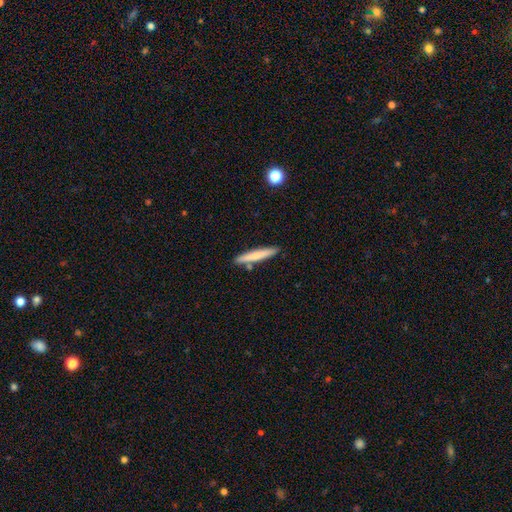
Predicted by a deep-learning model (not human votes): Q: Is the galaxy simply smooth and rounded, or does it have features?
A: smooth — 69%.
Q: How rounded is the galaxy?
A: cigar-shaped — 94%.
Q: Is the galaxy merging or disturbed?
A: none — 83%.